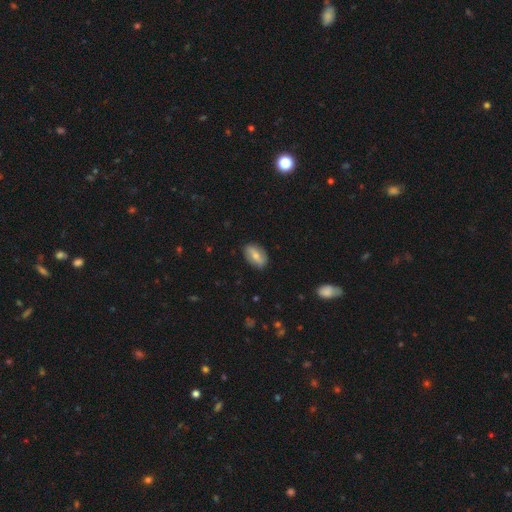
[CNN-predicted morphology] type=smooth (59%); roundness=in between (89%); merging=none (85%).